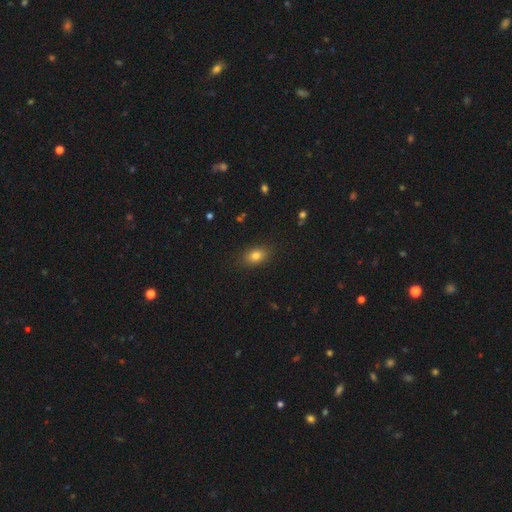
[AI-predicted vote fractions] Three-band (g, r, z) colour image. It shows a smooth galaxy with no disk features (79%) that is in between round and cigar-shaped (79%). Merging: none (86%).